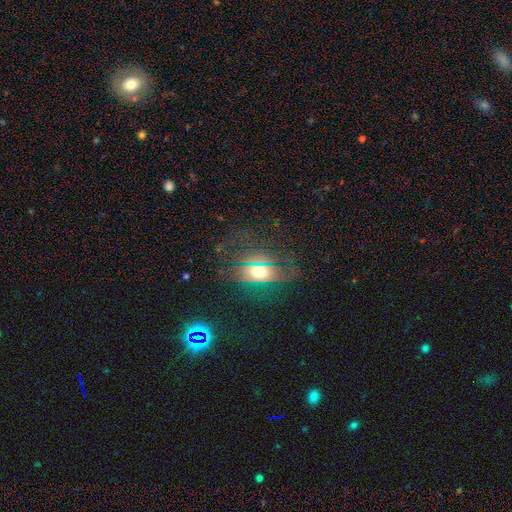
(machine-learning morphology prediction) Smooth or featured? featured or disk (40%)
Merging? none (67%)